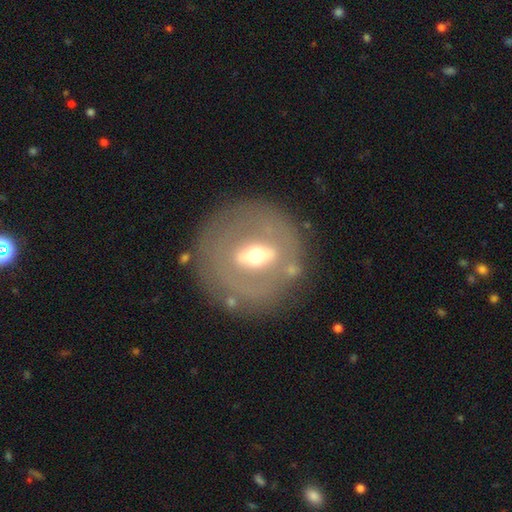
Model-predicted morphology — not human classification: A featured or disk galaxy (67%) with a strong bar (50%), no spiral arms (84%) and a moderate central bulge (63%).

Vote fractions:
- Smooth or featured? featured or disk: 67% / smooth: 26% / star or artifact: 7%
- Edge-on disk? no: 82% / yes: 18%
- Bar? strong: 50% / weak: 32% / no: 18%
- Spiral arms? no: 84% / yes: 16%
- Bulge size? moderate: 63% / small: 27% / large: 8% / dominant: 1% / none: 1%
- Merging? none: 79% / minor disturbance: 11% / major disturbance: 7% / merger: 3%